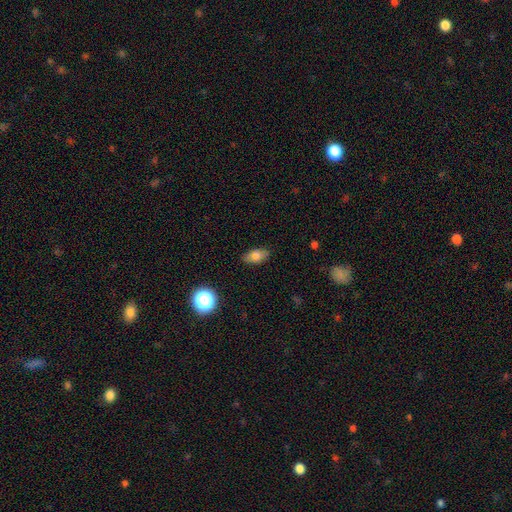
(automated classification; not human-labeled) This is likely a smooth galaxy (76%). How rounded: clearly in between (85%). Merging: clearly none (85%).